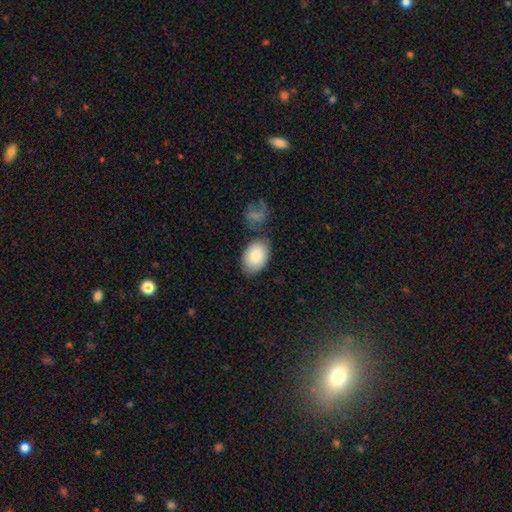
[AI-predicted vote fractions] smooth-or-featured: smooth: 87% | featured or disk: 7% | star or artifact: 6%
  how-rounded: in between: 90% | round: 9% | cigar-shaped: 1%
  merging: none: 73% | minor disturbance: 15% | merger: 9% | major disturbance: 4%